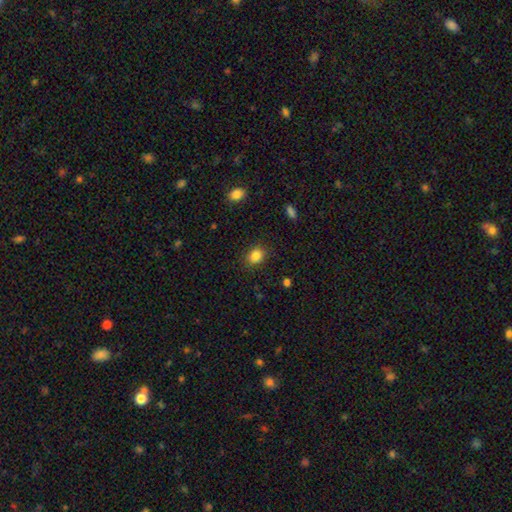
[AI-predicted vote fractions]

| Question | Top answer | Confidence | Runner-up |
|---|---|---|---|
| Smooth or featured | smooth | 85% | star or artifact (10%) |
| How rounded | round | 50% | in between (49%) |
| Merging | none | 86% | minor disturbance (10%) |